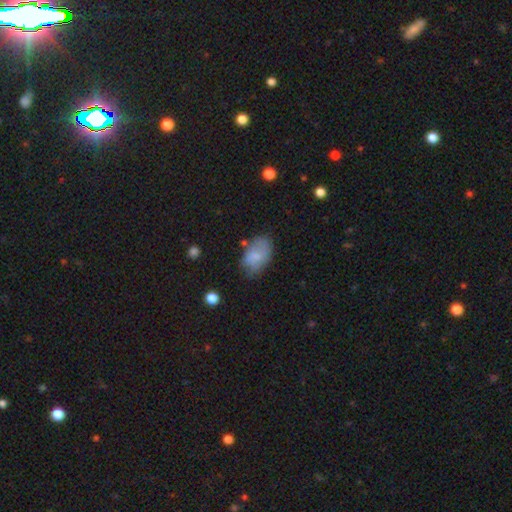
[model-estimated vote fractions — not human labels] Smooth or featured?
  - smooth: 73% *
  - featured or disk: 20%
  - star or artifact: 8%
How rounded?
  - in between: 89% *
  - round: 9%
  - cigar-shaped: 1%
Merging?
  - none: 60% *
  - minor disturbance: 27%
  - major disturbance: 9%
  - merger: 4%